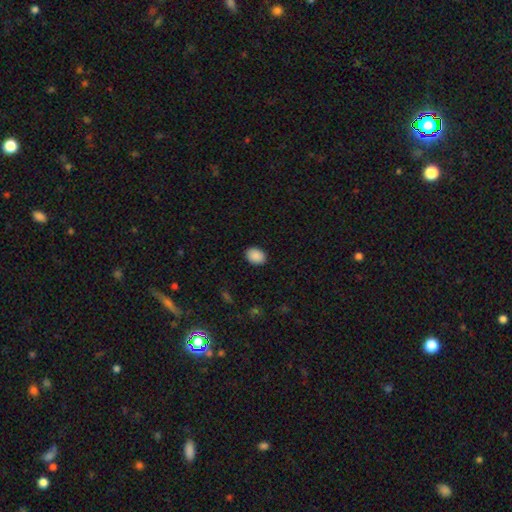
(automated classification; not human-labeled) Smooth or featured? Predicted: smooth (p=0.90). How rounded? Predicted: in between (p=0.71). Merging? Predicted: none (p=0.90).